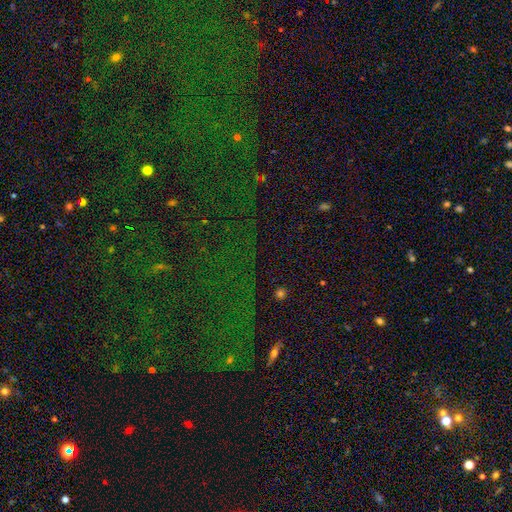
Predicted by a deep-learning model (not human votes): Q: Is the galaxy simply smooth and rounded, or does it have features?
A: star or artifact — 78%.